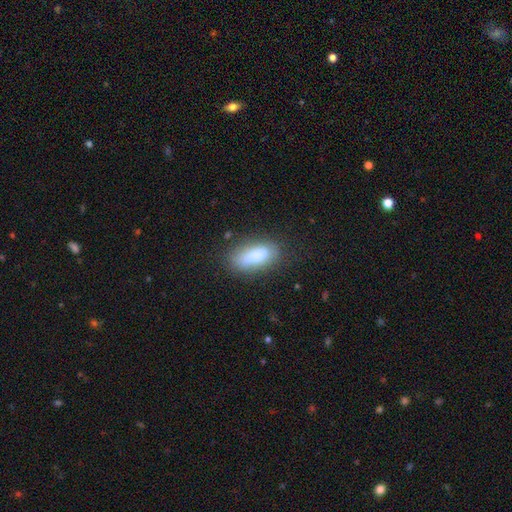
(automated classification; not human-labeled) smooth_or_featured: smooth (p=0.79) [alt: featured or disk p=0.13]
how_rounded: in between (p=0.76) [alt: cigar-shaped p=0.21]
merging: none (p=0.74) [alt: minor disturbance p=0.17]